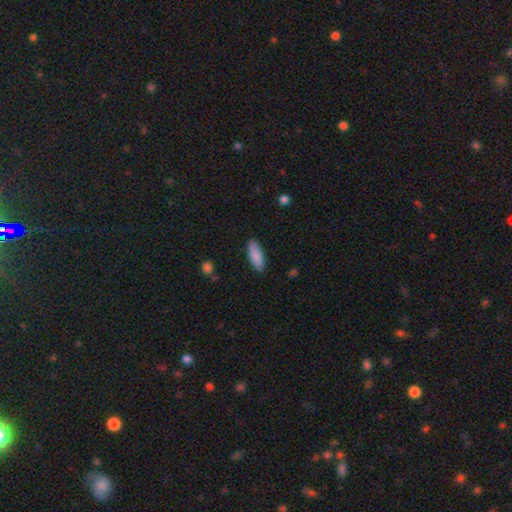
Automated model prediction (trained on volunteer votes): Q: Smooth or featured?
A: smooth (87%); runner-up: featured or disk (8%)
Q: How rounded?
A: in between (64%); runner-up: cigar-shaped (34%)
Q: Merging?
A: none (86%); runner-up: minor disturbance (11%)